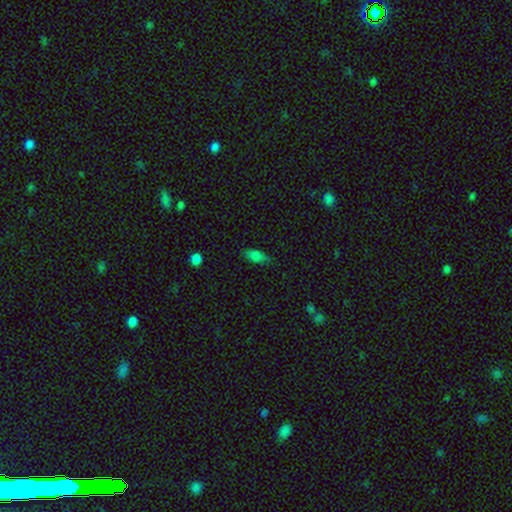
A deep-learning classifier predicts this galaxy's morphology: This is likely a smooth galaxy (78%). How rounded: clearly in between (84%). Merging: likely none (77%).